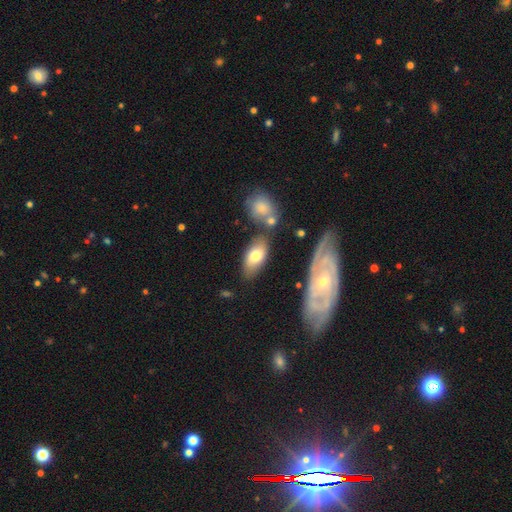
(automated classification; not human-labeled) This appears to be a smooth galaxy with no disk features (71%) that is in between round and cigar-shaped (91%). Merging: none (69%).